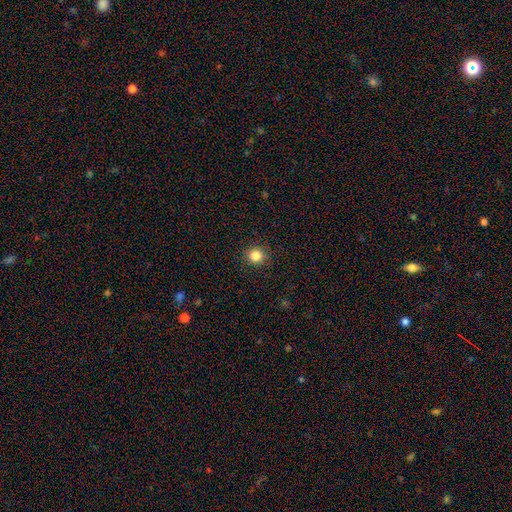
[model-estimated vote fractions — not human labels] This appears to be a smooth galaxy with no disk features (84%) that is round (89%). Merging: none (91%).